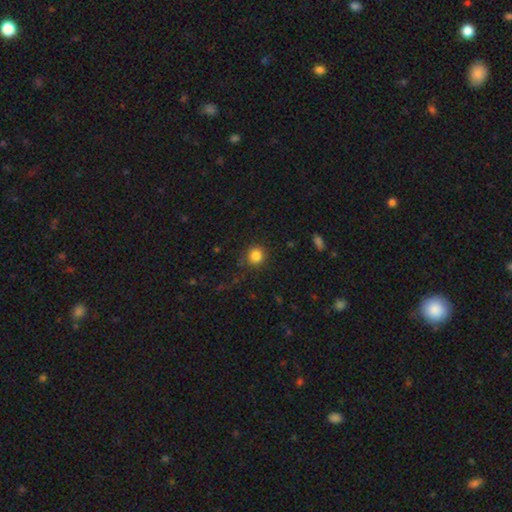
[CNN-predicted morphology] This is clearly a smooth galaxy (84%). How rounded: clearly round (92%). Merging: clearly none (85%).